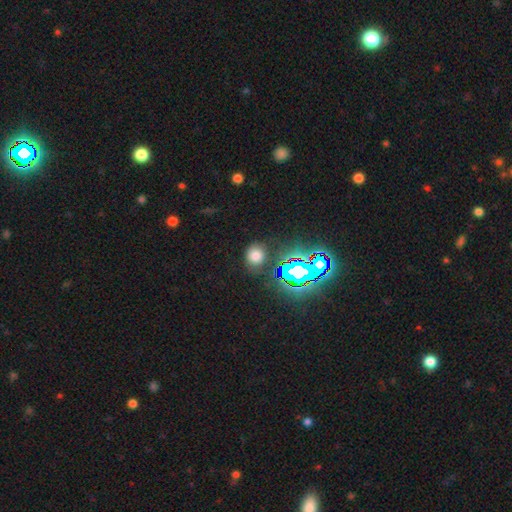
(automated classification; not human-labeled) A smooth galaxy with no disk features (67%) that is round (73%). Merging: none (80%).